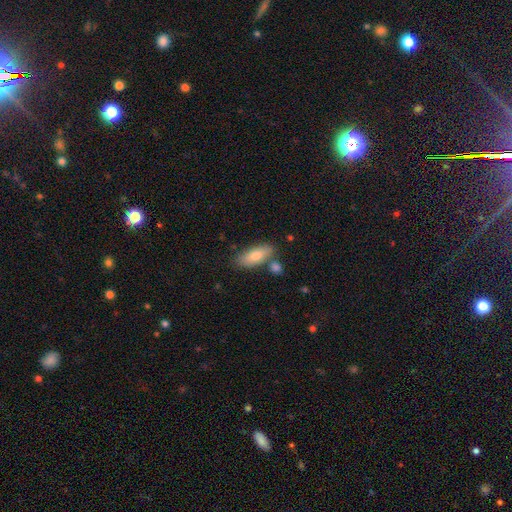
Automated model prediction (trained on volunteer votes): Smooth or featured?
  - smooth: 74% *
  - featured or disk: 19%
  - star or artifact: 7%
How rounded?
  - in between: 73% *
  - cigar-shaped: 24%
  - round: 3%
Merging?
  - none: 74% *
  - minor disturbance: 13%
  - merger: 11%
  - major disturbance: 3%